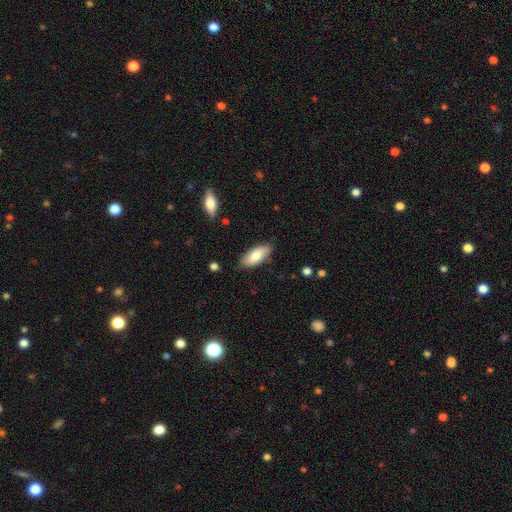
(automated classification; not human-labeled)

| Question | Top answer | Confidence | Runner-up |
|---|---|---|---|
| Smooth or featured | smooth | 76% | featured or disk (18%) |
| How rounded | in between | 83% | cigar-shaped (15%) |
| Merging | none | 82% | minor disturbance (14%) |